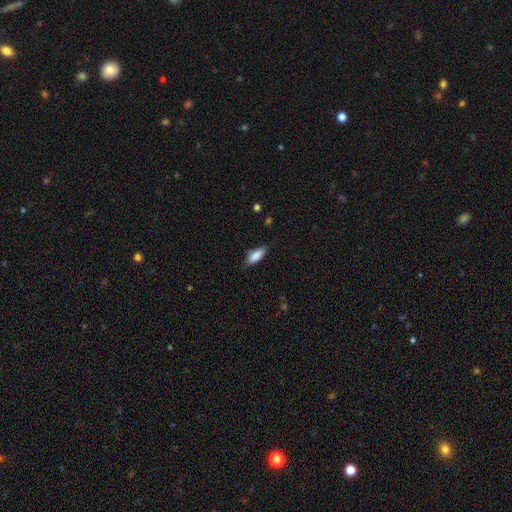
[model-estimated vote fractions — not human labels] Smooth or featured? smooth (84%)
How rounded? in between (68%)
Merging? none (78%)